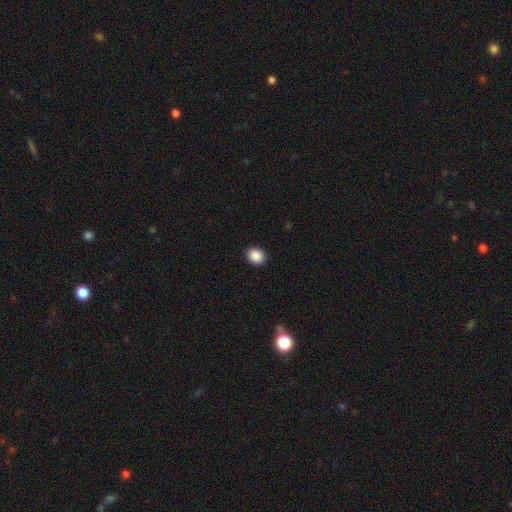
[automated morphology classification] Smooth or featured?
  - smooth: 89% *
  - star or artifact: 8%
  - featured or disk: 2%
How rounded?
  - round: 54% *
  - in between: 45%
  - cigar-shaped: 1%
Merging?
  - none: 91% *
  - minor disturbance: 7%
  - major disturbance: 2%
  - merger: 1%